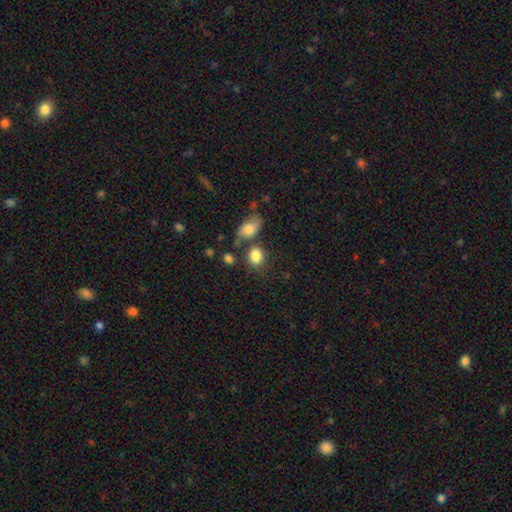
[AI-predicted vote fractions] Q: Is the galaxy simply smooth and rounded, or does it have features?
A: smooth — 84%.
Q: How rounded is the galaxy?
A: round — 55%.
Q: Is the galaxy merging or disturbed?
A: none — 62%.